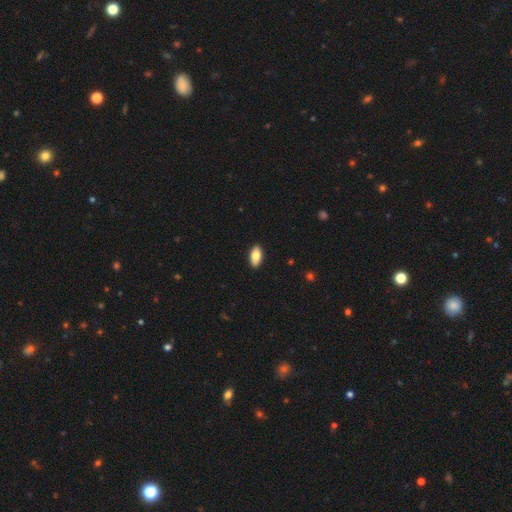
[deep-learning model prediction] The model was most divided on "smooth or featured": smooth: 81%, featured or disk: 12%, star or artifact: 6%. More confident: how rounded — in between (91%); merging — none (91%).